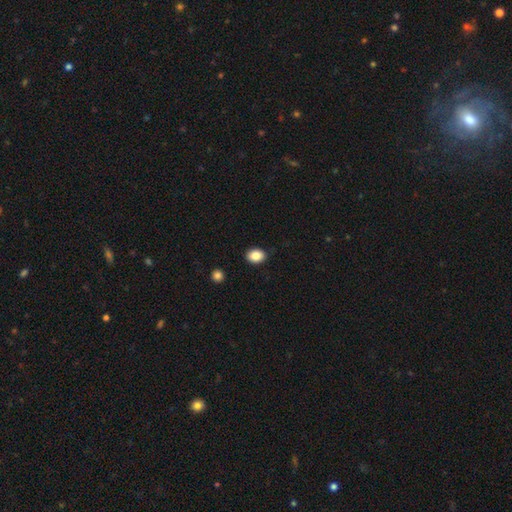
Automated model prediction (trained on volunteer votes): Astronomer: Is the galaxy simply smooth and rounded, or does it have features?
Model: smooth — 87%.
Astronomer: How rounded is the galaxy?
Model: in between — 66%.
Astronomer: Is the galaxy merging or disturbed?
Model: none — 88%.